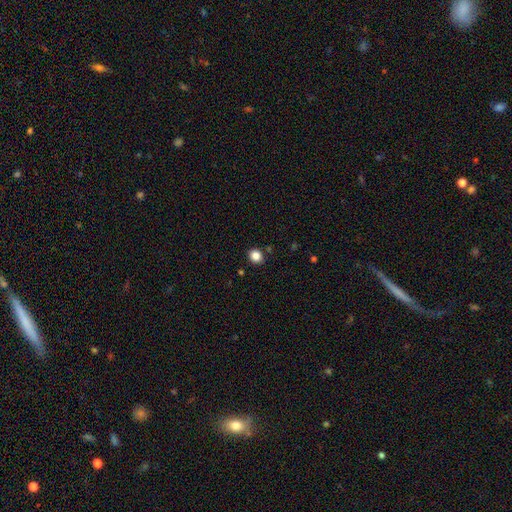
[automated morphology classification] A smooth galaxy with no disk features (85%) that is round (79%).

Vote fractions:
- Smooth or featured? smooth: 85% / star or artifact: 11% / featured or disk: 4%
- How rounded? round: 79% / in between: 20% / cigar-shaped: 1%
- Merging? none: 89% / minor disturbance: 7% / merger: 2% / major disturbance: 2%